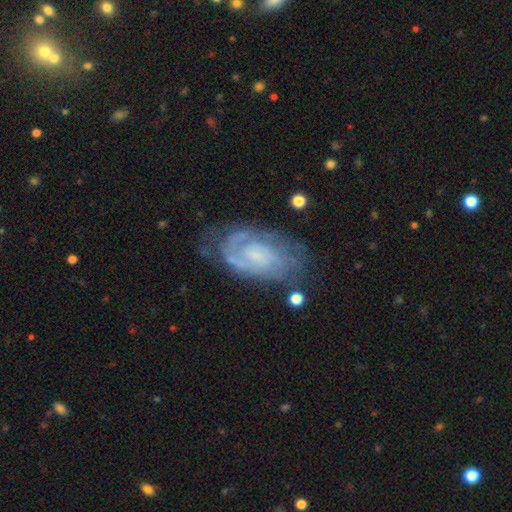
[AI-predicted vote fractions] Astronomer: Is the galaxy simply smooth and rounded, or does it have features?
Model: featured or disk — 78%.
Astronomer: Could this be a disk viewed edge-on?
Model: no — 96%.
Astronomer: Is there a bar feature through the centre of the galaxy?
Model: no — 62%.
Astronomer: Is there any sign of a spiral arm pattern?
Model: yes — 91%.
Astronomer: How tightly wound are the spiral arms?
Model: tight — 61%.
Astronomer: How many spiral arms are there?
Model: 2 — 37% (runner-up: can't tell, 36%).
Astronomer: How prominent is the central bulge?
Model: small — 49% (runner-up: none, 30%).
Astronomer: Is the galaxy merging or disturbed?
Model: none — 63%.